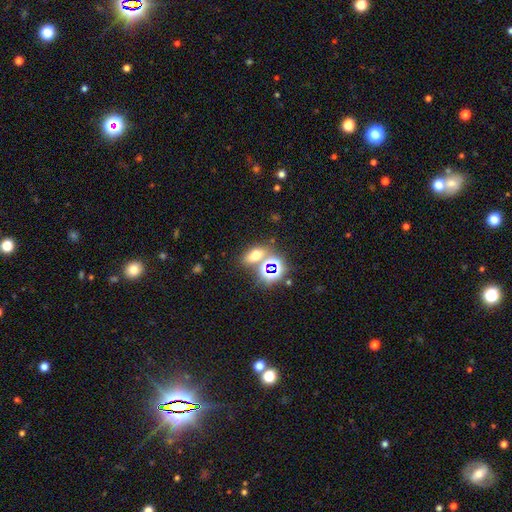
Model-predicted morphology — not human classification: A smooth galaxy with no disk features (54%) that is in between round and cigar-shaped (69%).

Vote fractions:
- Smooth or featured? smooth: 54% / star or artifact: 35% / featured or disk: 11%
- How rounded? in between: 69% / round: 24% / cigar-shaped: 7%
- Merging? none: 65% / merger: 20% / minor disturbance: 10% / major disturbance: 5%